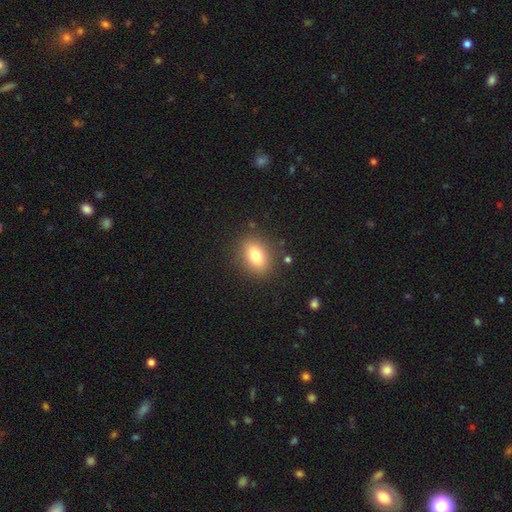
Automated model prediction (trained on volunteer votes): Smooth or featured? Predicted: smooth (p=0.80). How rounded? Predicted: in between (p=0.80). Merging? Predicted: none (p=0.85).